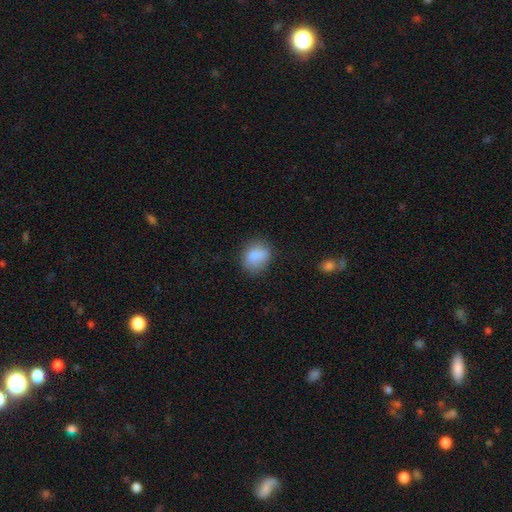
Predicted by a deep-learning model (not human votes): Q: Smooth or featured?
A: smooth (83%); runner-up: star or artifact (9%)
Q: How rounded?
A: round (55%); runner-up: in between (44%)
Q: Merging?
A: none (69%); runner-up: minor disturbance (21%)